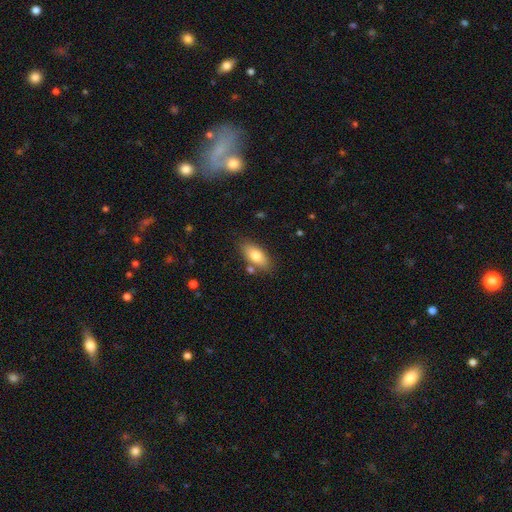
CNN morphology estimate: A smooth galaxy with no disk features (79%) that is in between round and cigar-shaped (87%).

Vote fractions:
- Smooth or featured? smooth: 79% / featured or disk: 14% / star or artifact: 7%
- How rounded? in between: 87% / cigar-shaped: 10% / round: 3%
- Merging? none: 78% / minor disturbance: 13% / merger: 6% / major disturbance: 3%